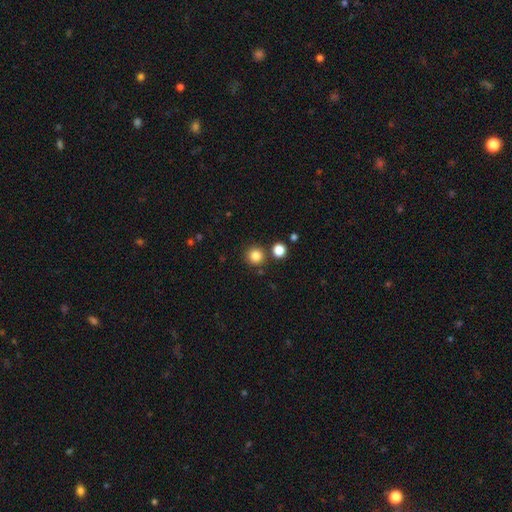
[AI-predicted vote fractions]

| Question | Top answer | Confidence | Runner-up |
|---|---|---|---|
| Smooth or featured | smooth | 84% | star or artifact (12%) |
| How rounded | round | 94% | in between (6%) |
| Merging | none | 83% | merger (8%) |